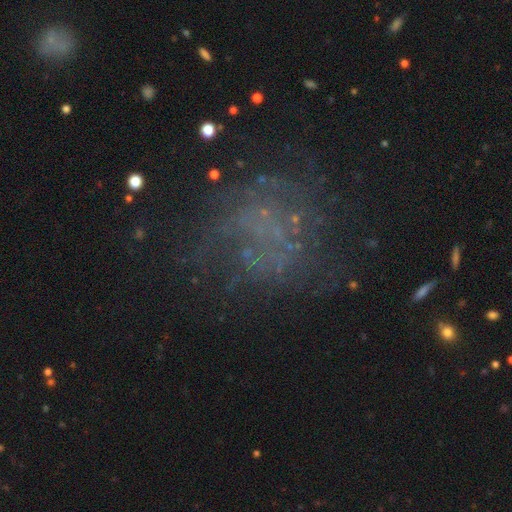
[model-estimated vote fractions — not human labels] A featured or disk galaxy (49%). Merging: none (57%).